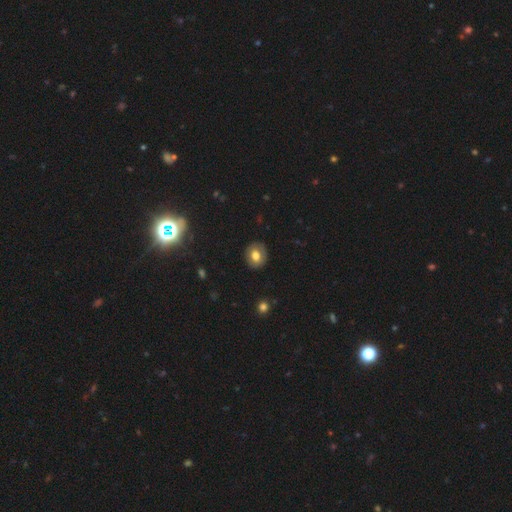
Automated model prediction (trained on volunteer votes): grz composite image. It shows a smooth galaxy with no disk features (72%) that is round (66%). Merging: none (87%).